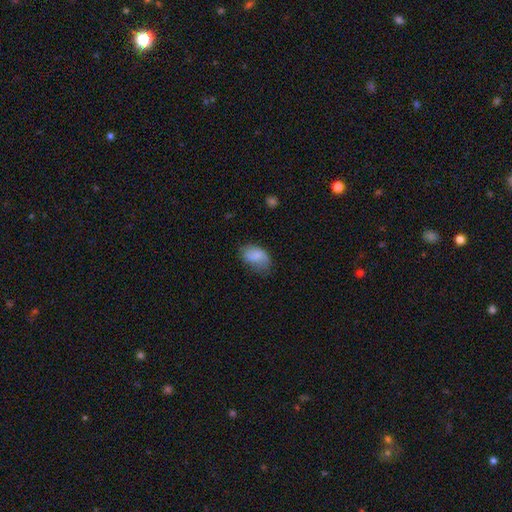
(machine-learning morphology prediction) The model was most divided on "merging": none: 53%, minor disturbance: 32%, major disturbance: 12%, merger: 2%. More confident: how rounded — in between (89%); smooth or featured — smooth (74%).